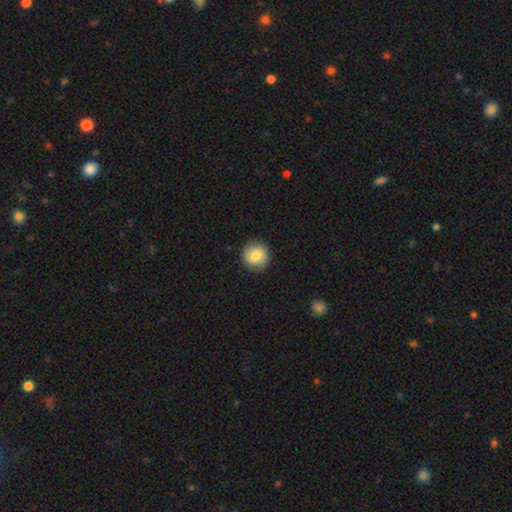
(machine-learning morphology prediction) Smooth or featured: smooth — 80% (featured or disk — 13%)
How rounded: round — 92% (in between — 7%)
Merging: none — 88% (minor disturbance — 9%)